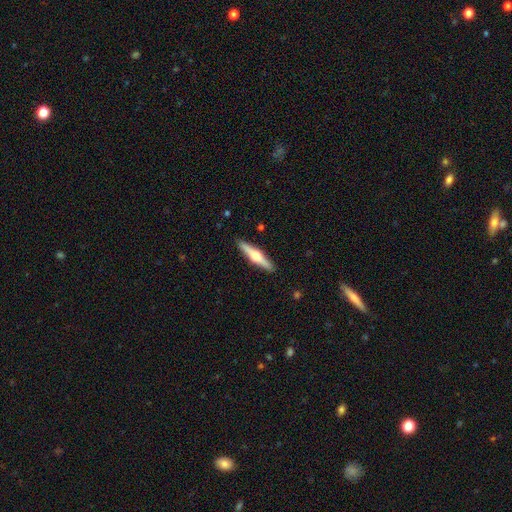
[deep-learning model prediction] The model was most divided on "smooth or featured": featured or disk: 62%, smooth: 33%, star or artifact: 5%. More confident: edge-on disk — yes (97%); edge-on bulge — rounded (93%); merging — none (91%).